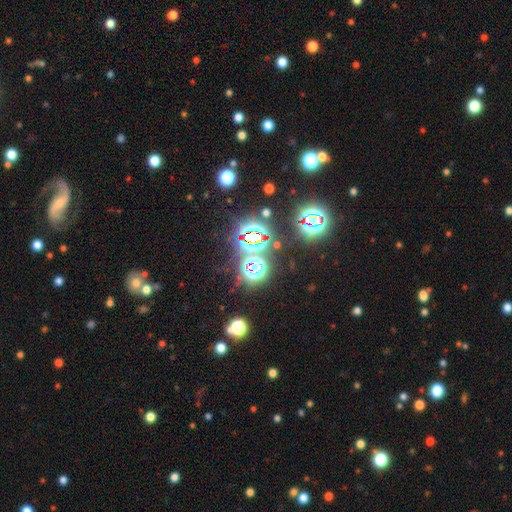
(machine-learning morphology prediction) Overall: star or artifact (72%).